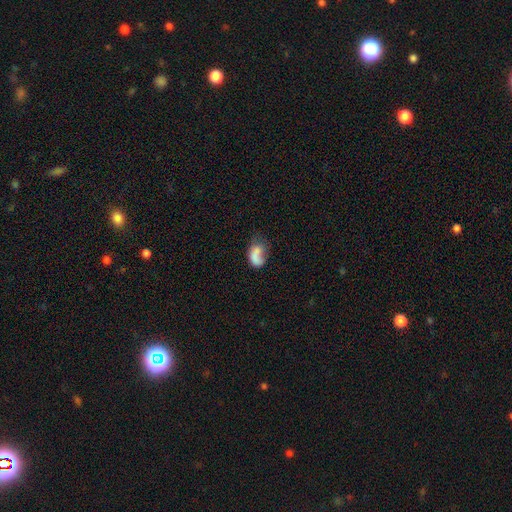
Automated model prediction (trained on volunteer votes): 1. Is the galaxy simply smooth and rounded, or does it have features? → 65% smooth, 26% featured or disk, 9% star or artifact.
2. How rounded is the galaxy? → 84% in between, 14% round, 2% cigar-shaped.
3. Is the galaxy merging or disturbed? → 34% major disturbance, 31% none, 24% minor disturbance, 12% merger.